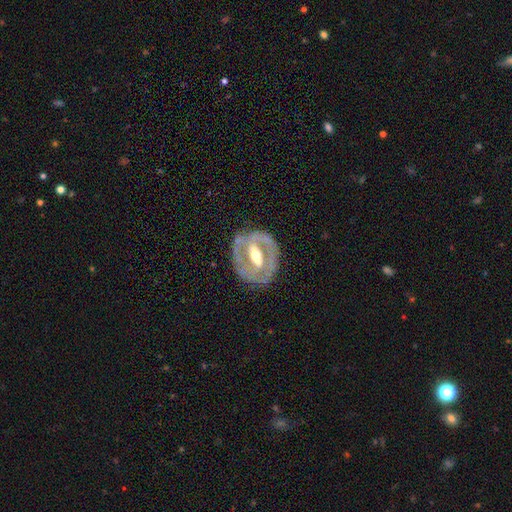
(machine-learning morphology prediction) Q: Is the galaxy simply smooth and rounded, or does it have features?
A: featured or disk — 79%.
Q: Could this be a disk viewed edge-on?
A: no — 93%.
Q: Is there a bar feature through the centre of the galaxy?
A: strong — 57%.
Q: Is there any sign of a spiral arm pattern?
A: yes — 52%.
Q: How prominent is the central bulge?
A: moderate — 70%.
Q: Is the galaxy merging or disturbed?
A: none — 75%.